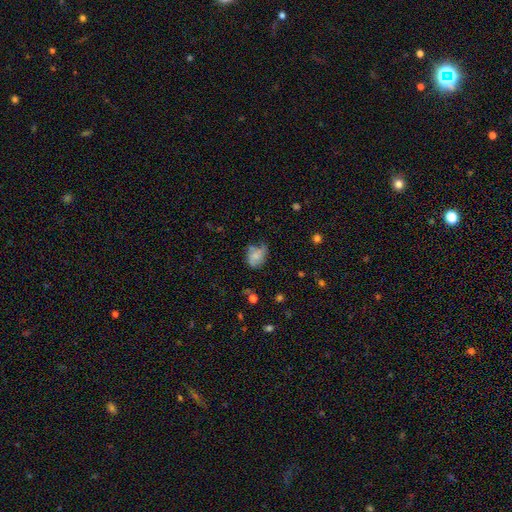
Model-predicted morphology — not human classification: This appears to be a smooth galaxy with no disk features (61%) that is in between round and cigar-shaped (64%). Merging: none (41%).